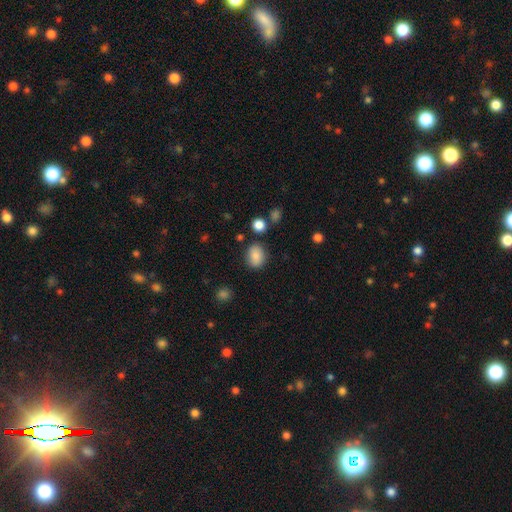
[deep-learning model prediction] Smooth or featured? Predicted: smooth (p=0.85). How rounded? Predicted: in between (p=0.55). Merging? Predicted: none (p=0.82).